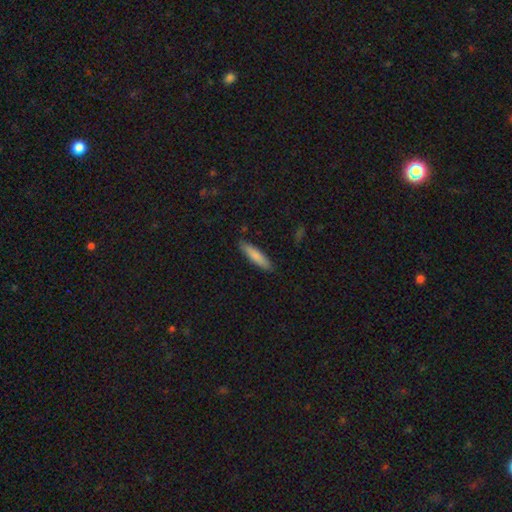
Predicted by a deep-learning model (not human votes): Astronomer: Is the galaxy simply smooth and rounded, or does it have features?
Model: smooth — 82%.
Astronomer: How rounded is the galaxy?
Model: cigar-shaped — 78%.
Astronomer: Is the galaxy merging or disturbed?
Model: none — 87%.